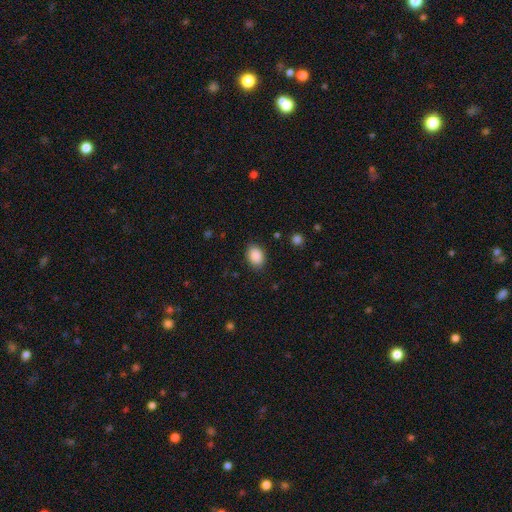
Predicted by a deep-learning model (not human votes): smooth-or-featured: smooth: 89% | star or artifact: 8% | featured or disk: 3%
  how-rounded: in between: 71% | round: 28% | cigar-shaped: 1%
  merging: none: 86% | minor disturbance: 10% | major disturbance: 3% | merger: 1%